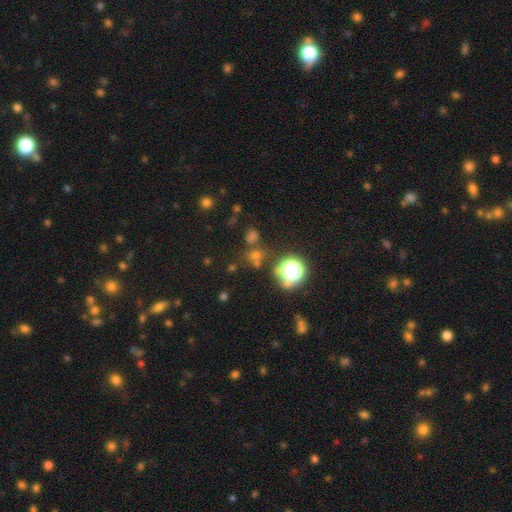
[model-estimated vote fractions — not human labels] Smooth or featured: smooth — 49% (star or artifact — 43%)
Merging: none — 64% (merger — 19%)